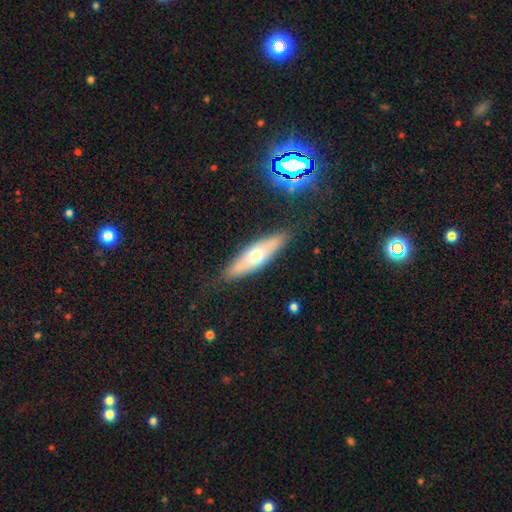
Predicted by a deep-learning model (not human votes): This is possibly a smooth galaxy (50%). How rounded: possibly cigar-shaped (54%). Merging: clearly none (86%).